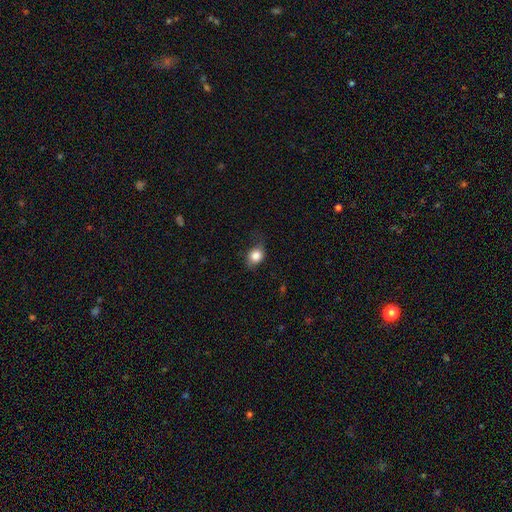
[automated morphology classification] smooth 82%, featured or disk 9%, star or artifact 9%. Down the decision tree: how rounded — round (56%); merging — none (62%).